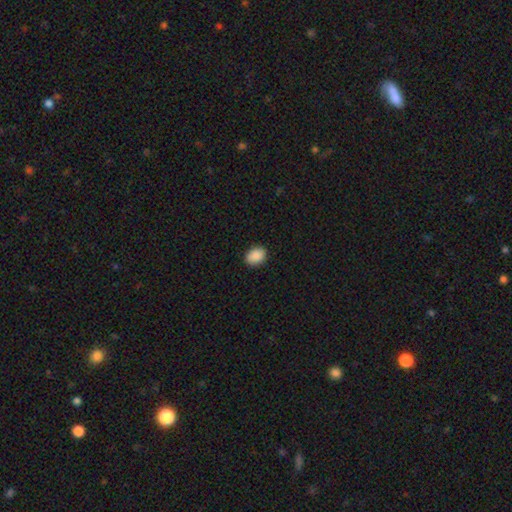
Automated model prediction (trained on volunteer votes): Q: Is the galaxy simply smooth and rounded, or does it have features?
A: smooth — 90%.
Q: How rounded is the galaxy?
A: in between — 67%.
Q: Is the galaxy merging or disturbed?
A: none — 89%.